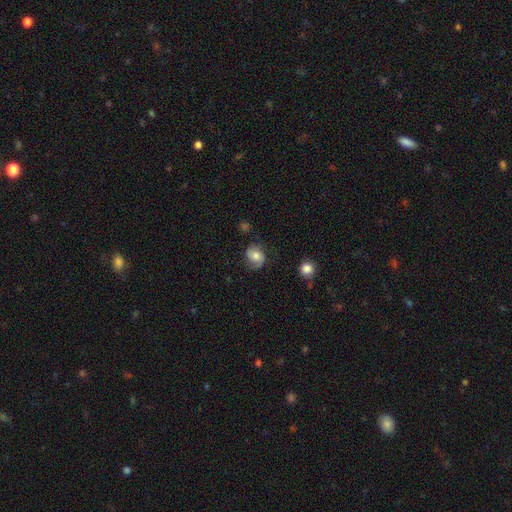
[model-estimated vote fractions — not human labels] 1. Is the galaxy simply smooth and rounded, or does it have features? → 50% featured or disk, 41% smooth, 9% star or artifact.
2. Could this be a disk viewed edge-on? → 97% no, 3% yes.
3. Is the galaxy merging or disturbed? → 70% none, 20% minor disturbance, 8% major disturbance, 2% merger.